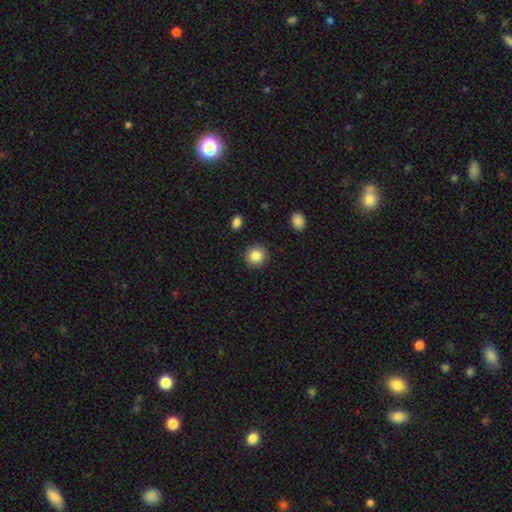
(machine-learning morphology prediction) The model was most divided on "smooth or featured": smooth: 86%, star or artifact: 9%, featured or disk: 6%. More confident: how rounded — round (92%); merging — none (91%).